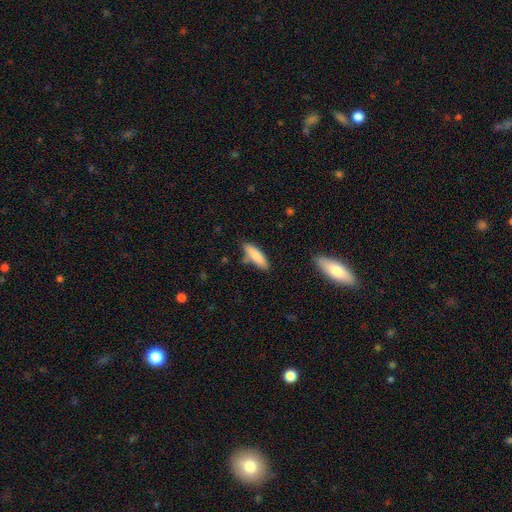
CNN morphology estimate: The model was most divided on "how rounded": cigar-shaped: 53%, in between: 45%, round: 2%. More confident: smooth or featured — smooth (84%); merging — none (73%).